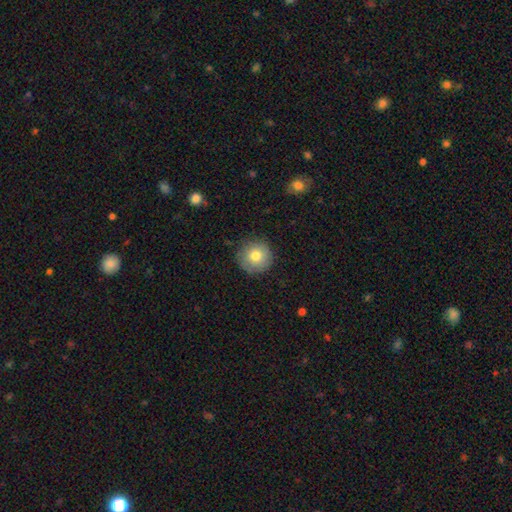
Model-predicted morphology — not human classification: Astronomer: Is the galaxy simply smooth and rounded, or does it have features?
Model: smooth — 78%.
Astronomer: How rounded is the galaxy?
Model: round — 95%.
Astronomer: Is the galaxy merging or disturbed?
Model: none — 87%.